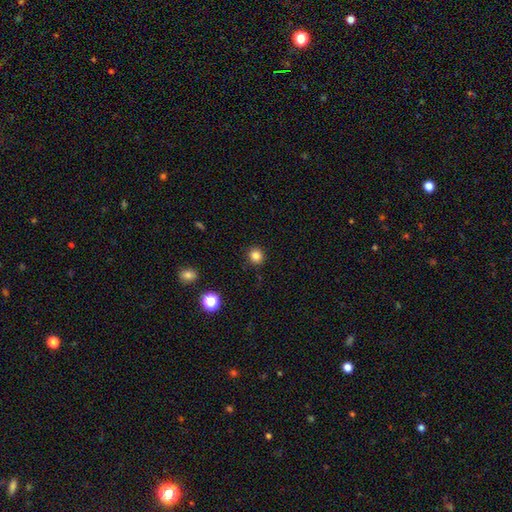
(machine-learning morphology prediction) This is clearly a smooth galaxy (83%). How rounded: clearly round (90%). Merging: clearly none (91%).